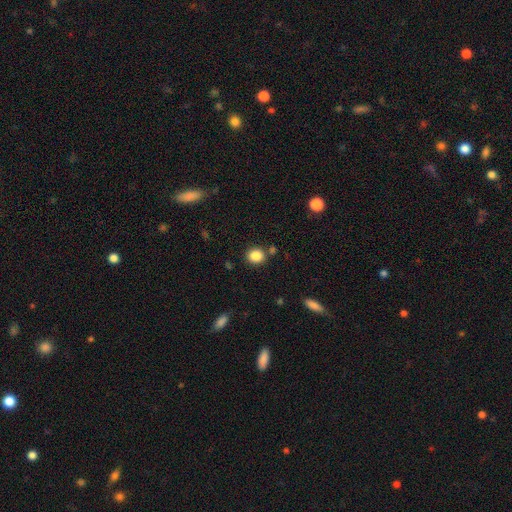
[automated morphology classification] A smooth galaxy with no disk features (86%) that is round (76%). Merging: none (82%).